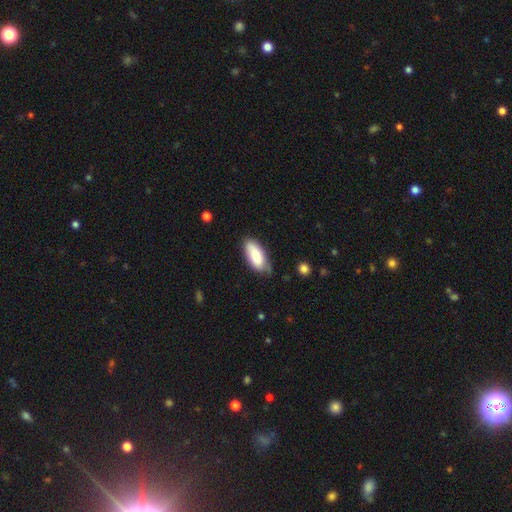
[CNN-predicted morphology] Smooth or featured: smooth — 83% (featured or disk — 11%)
How rounded: in between — 85% (cigar-shaped — 14%)
Merging: none — 67% (minor disturbance — 26%)